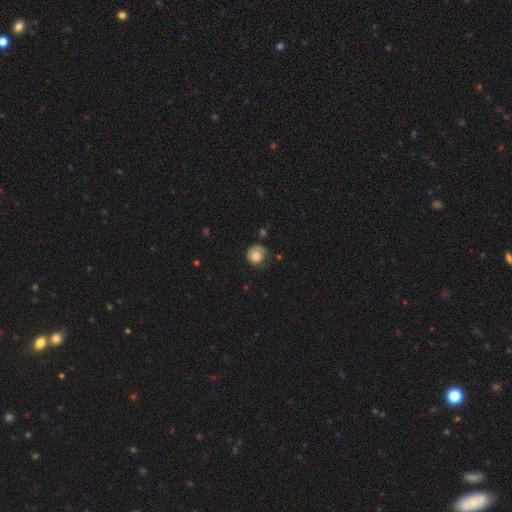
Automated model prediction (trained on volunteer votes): A smooth galaxy with no disk features (72%) that is round (88%). Merging: none (64%).